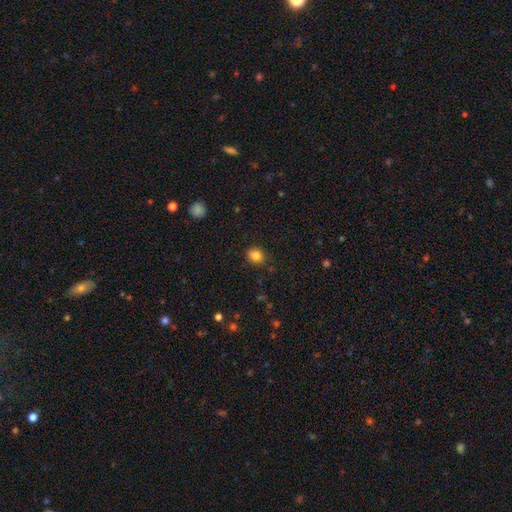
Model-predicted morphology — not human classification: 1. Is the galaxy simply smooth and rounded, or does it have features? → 84% smooth, 11% star or artifact, 5% featured or disk.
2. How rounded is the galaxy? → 68% round, 31% in between, 1% cigar-shaped.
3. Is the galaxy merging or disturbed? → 84% none, 11% minor disturbance, 3% major disturbance, 2% merger.